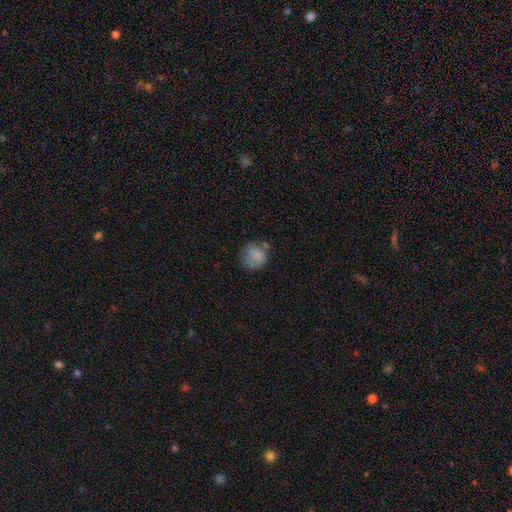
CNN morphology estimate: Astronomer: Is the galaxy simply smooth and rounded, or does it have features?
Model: smooth — 81%.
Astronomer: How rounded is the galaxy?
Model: round — 85%.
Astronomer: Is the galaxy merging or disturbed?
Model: none — 59%.